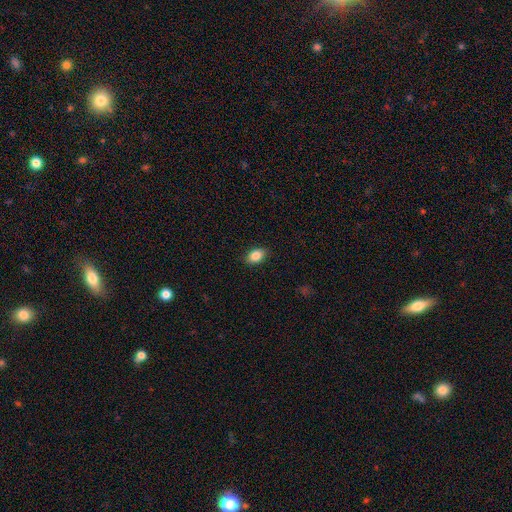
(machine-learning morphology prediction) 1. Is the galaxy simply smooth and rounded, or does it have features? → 86% smooth, 8% star or artifact, 6% featured or disk.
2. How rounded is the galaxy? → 86% in between, 12% round, 2% cigar-shaped.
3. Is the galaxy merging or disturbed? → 88% none, 9% minor disturbance, 2% major disturbance, 1% merger.